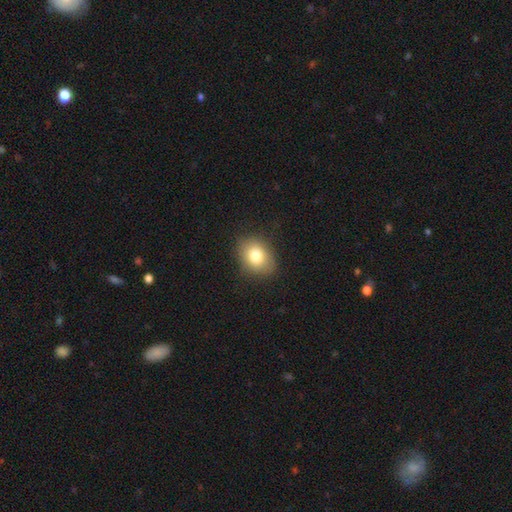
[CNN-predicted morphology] smooth-or-featured: smooth: 80% | featured or disk: 11% | star or artifact: 9%
  how-rounded: in between: 65% | round: 34% | cigar-shaped: 1%
  merging: none: 83% | minor disturbance: 12% | major disturbance: 3% | merger: 1%